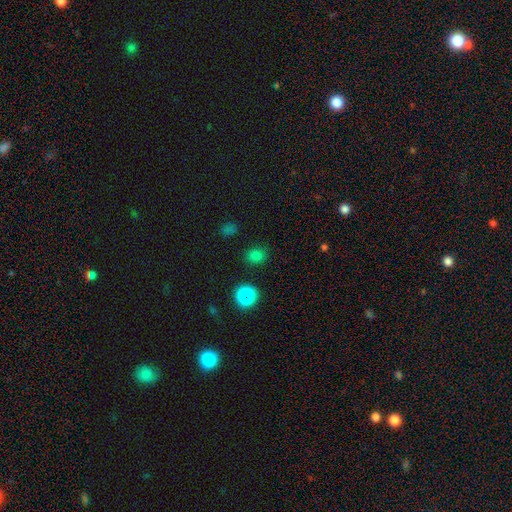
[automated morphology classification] Q: Smooth or featured?
A: smooth (75%); runner-up: star or artifact (21%)
Q: How rounded?
A: round (61%); runner-up: in between (38%)
Q: Merging?
A: none (86%); runner-up: minor disturbance (9%)